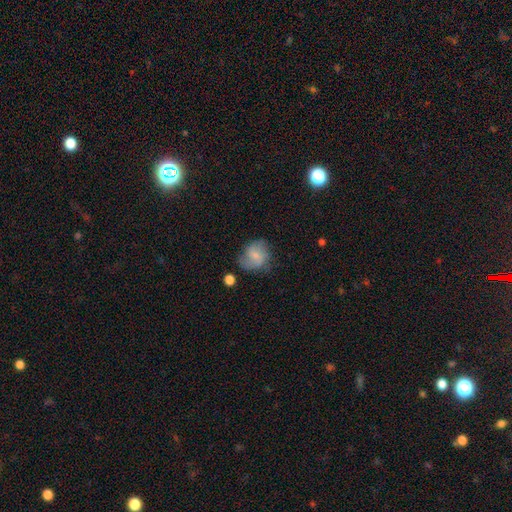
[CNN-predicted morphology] Overall: smooth (50%; featured or disk 41%). How rounded: round (63%; in between 36%). Merging: none (56%; minor disturbance 28%).